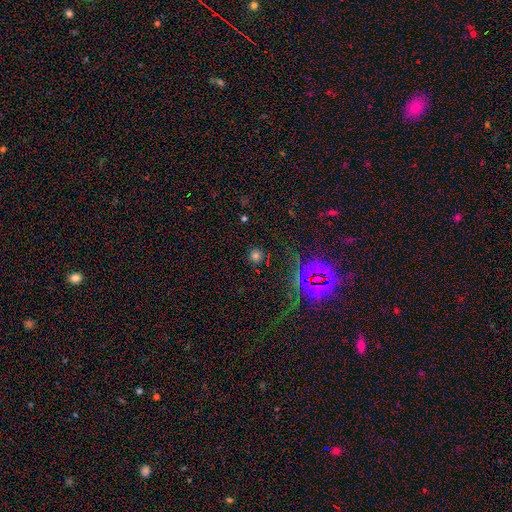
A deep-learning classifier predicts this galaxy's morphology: This is likely a smooth galaxy (66%). How rounded: clearly round (92%). Merging: clearly none (87%).